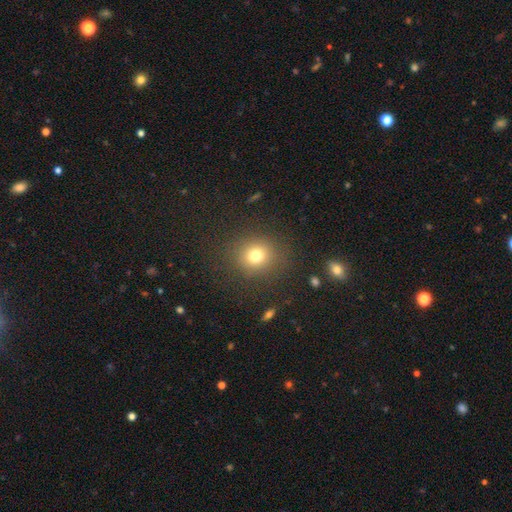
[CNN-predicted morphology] This is likely a smooth galaxy (76%). How rounded: clearly round (83%). Merging: clearly none (86%).